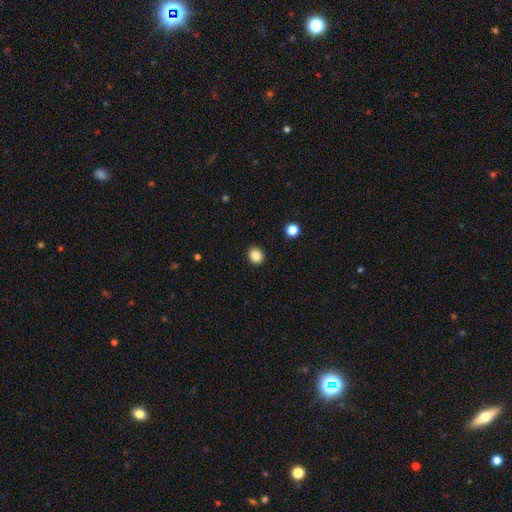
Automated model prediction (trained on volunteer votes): This appears to be a smooth galaxy with no disk features (86%) that is round (75%). Merging: none (90%).